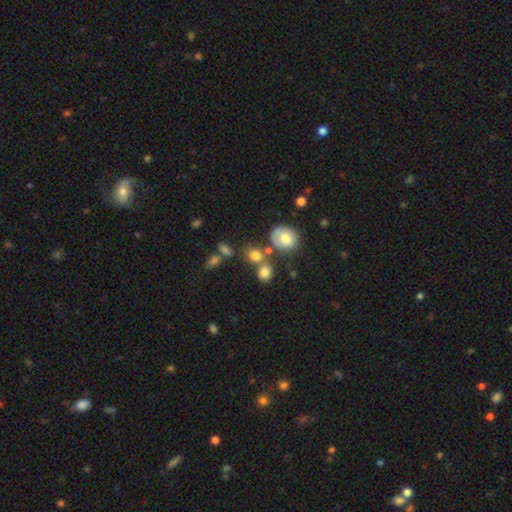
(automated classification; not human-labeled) A smooth galaxy with no disk features (76%) that is round (63%). Merging: none (51%).